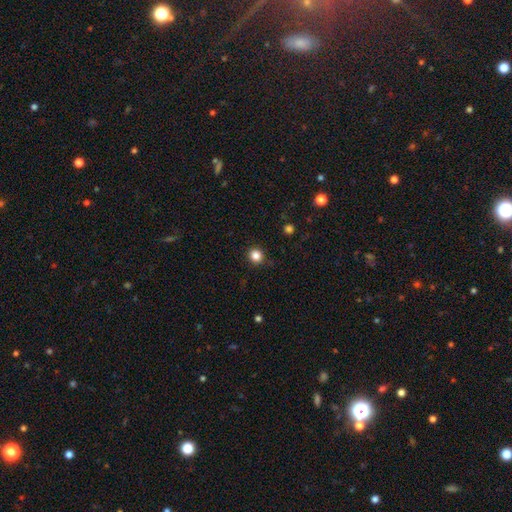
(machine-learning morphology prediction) smooth 84%, star or artifact 12%, featured or disk 4%. Down the decision tree: how rounded — round (89%); merging — none (89%).